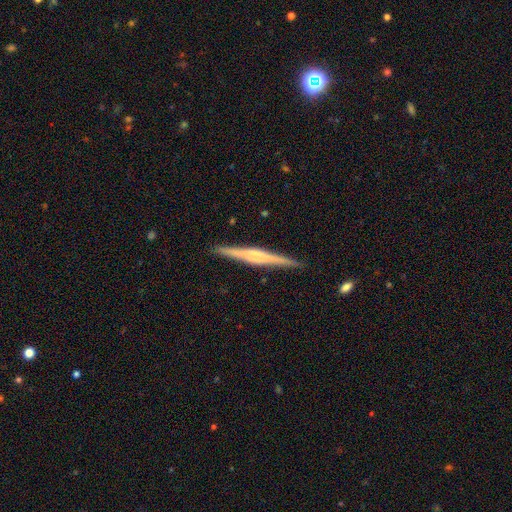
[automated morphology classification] A featured or disk galaxy (72%) viewed edge-on (98%) with a rounded central bulge (55%). Merging: none (91%).